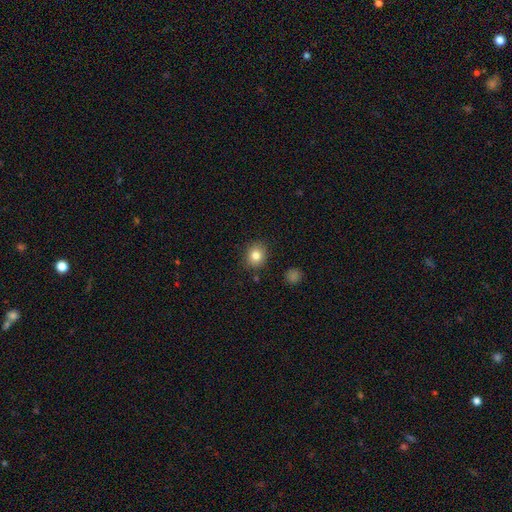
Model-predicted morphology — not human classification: The model was most divided on "how rounded": round: 74%, in between: 25%, cigar-shaped: 1%. More confident: merging — none (86%); smooth or featured — smooth (82%).